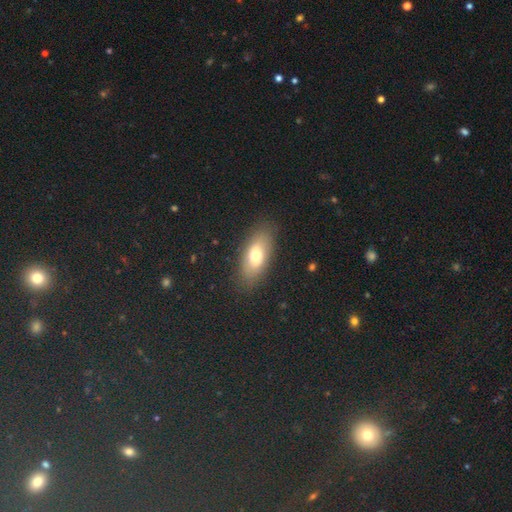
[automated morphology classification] This is likely a smooth galaxy (69%). How rounded: clearly in between (83%). Merging: clearly none (85%).